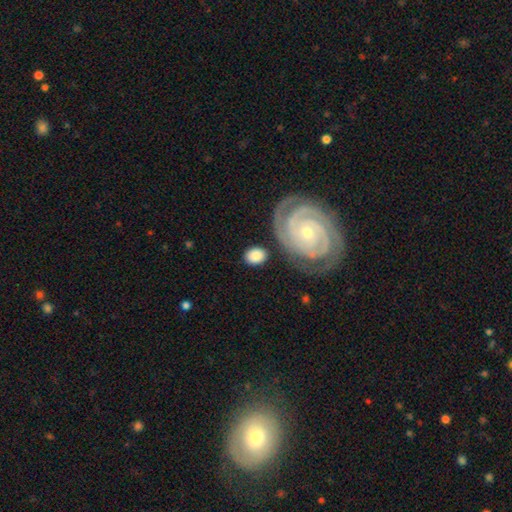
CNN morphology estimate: Smooth or featured? smooth (69%)
How rounded? in between (63%)
Merging? none (75%)